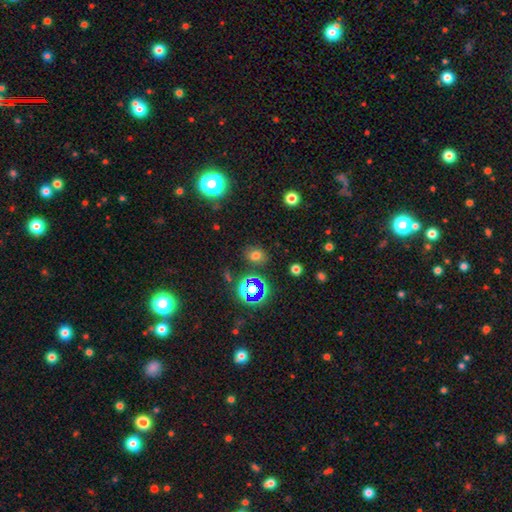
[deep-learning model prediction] Q: Smooth or featured?
A: smooth (64%); runner-up: star or artifact (27%)
Q: How rounded?
A: in between (51%); runner-up: round (48%)
Q: Merging?
A: none (81%); runner-up: minor disturbance (11%)